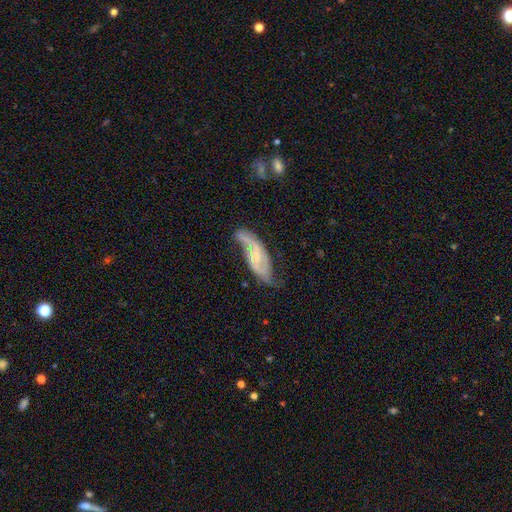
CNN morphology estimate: Smooth or featured: featured or disk — 81% (smooth — 13%)
Edge-on disk: no — 92% (yes — 8%)
Bar: no — 52% (weak — 36%)
Spiral arms: yes — 94% (no — 6%)
Spiral winding: medium — 42% (loose — 38%)
Spiral arm count: 2 — 82% (can't tell — 8%)
Bulge size: small — 69% (moderate — 24%)
Merging: none — 55% (minor disturbance — 27%)